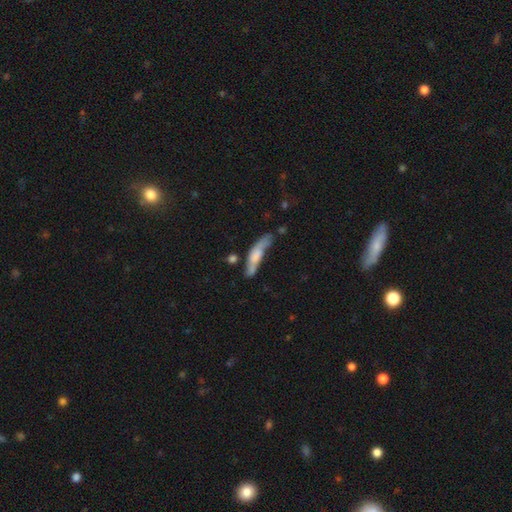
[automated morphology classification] smooth 56%, featured or disk 36%, star or artifact 7%. Down the decision tree: how rounded — cigar-shaped (75%); merging — none (42%).